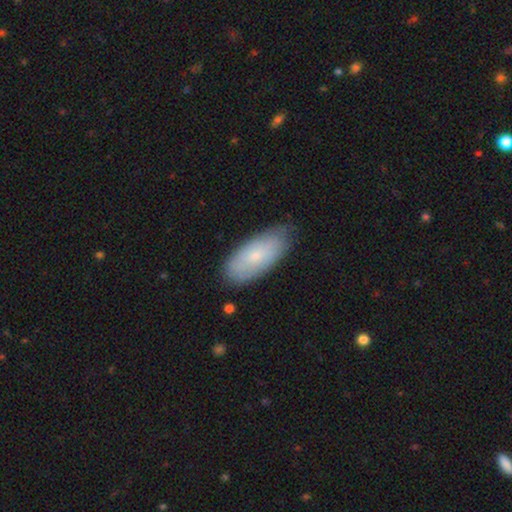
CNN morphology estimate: smooth 68%, featured or disk 26%, star or artifact 6%. Down the decision tree: how rounded — in between (89%); merging — none (73%).